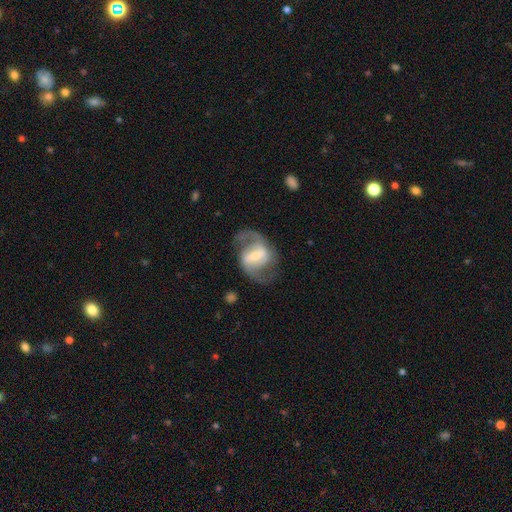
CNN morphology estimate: smooth_or_featured: featured or disk (p=0.86) [alt: smooth p=0.09]
disk_edge_on: no (p=0.97) [alt: yes p=0.03]
bar: strong (p=0.48) [alt: weak p=0.40]
has_spiral_arms: yes (p=0.94) [alt: no p=0.06]
spiral_winding: medium (p=0.54) [alt: loose p=0.32]
spiral_arm_count: 2 (p=0.91) [alt: can't tell p=0.03]
bulge_size: small (p=0.45) [alt: moderate p=0.39]
merging: none (p=0.72) [alt: minor disturbance p=0.14]